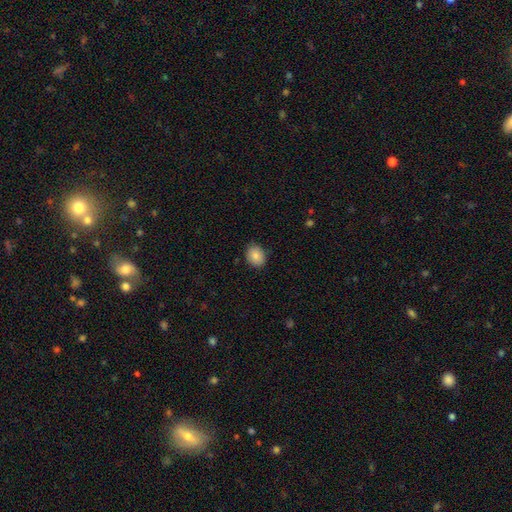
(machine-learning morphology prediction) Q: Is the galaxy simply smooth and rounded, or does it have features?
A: smooth — 87%.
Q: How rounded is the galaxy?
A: in between — 54%.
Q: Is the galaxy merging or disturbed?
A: none — 85%.